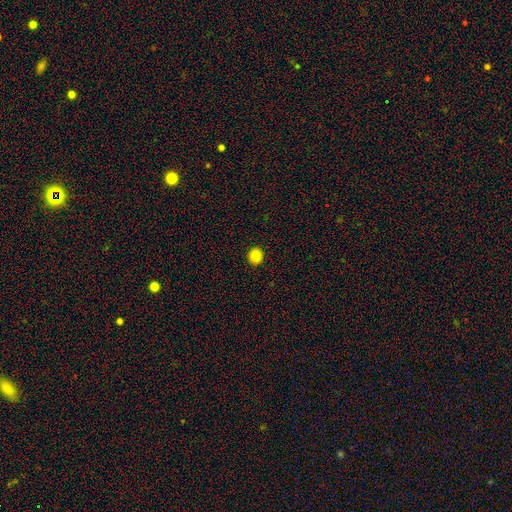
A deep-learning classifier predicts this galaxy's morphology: The model was most divided on "how rounded": round: 81%, in between: 18%, cigar-shaped: 1%. More confident: merging — none (92%); smooth or featured — smooth (86%).